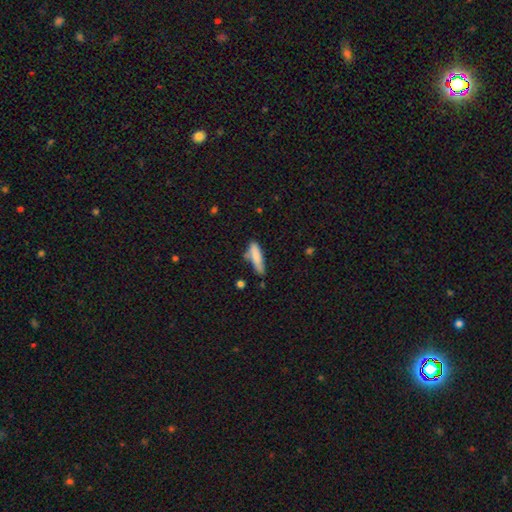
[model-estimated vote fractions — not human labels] Smooth or featured: smooth — 78% (featured or disk — 15%)
How rounded: cigar-shaped — 65% (in between — 34%)
Merging: none — 52% (minor disturbance — 30%)